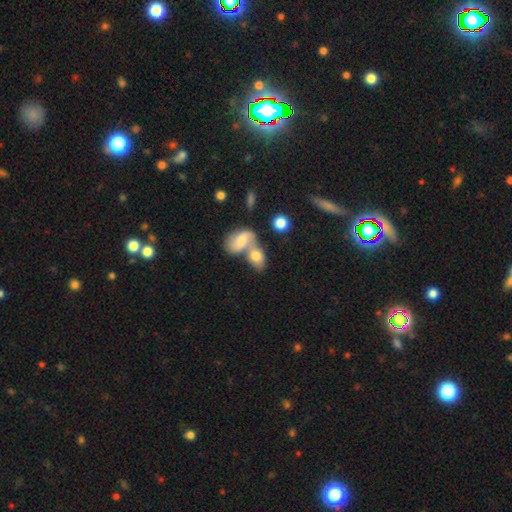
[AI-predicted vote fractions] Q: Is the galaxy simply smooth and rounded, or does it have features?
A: smooth — 67%.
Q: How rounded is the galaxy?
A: in between — 81%.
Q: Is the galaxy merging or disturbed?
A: merger — 68%.